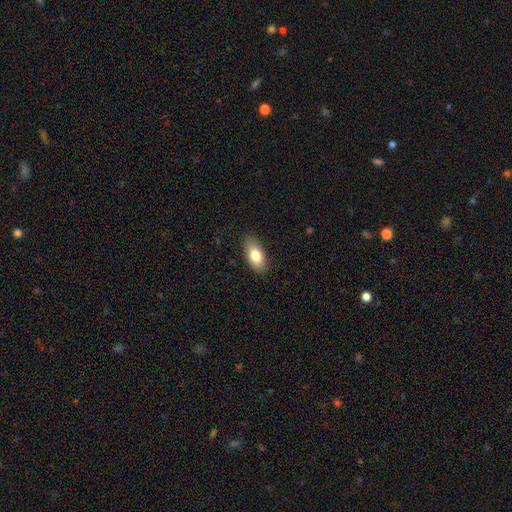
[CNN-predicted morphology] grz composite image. It shows a smooth galaxy with no disk features (79%) that is in between round and cigar-shaped (90%). Merging: none (84%).